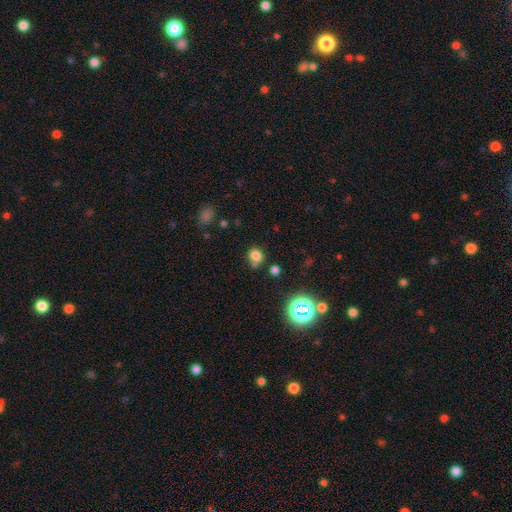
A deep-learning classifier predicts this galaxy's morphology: Smooth or featured? smooth (76%)
How rounded? round (77%)
Merging? none (65%)